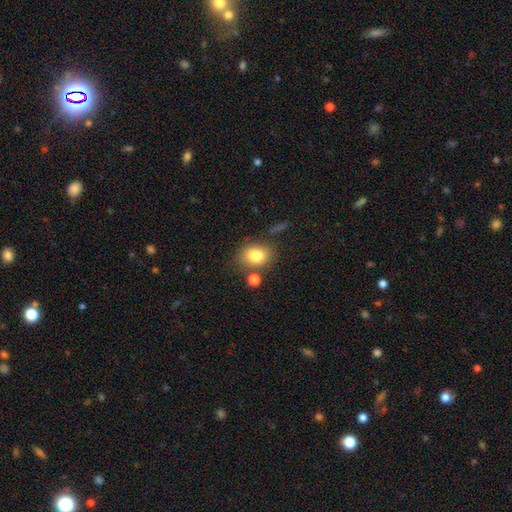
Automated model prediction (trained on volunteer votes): Morphology: type=smooth (81%); roundness=in between (63%); merging=none (70%).